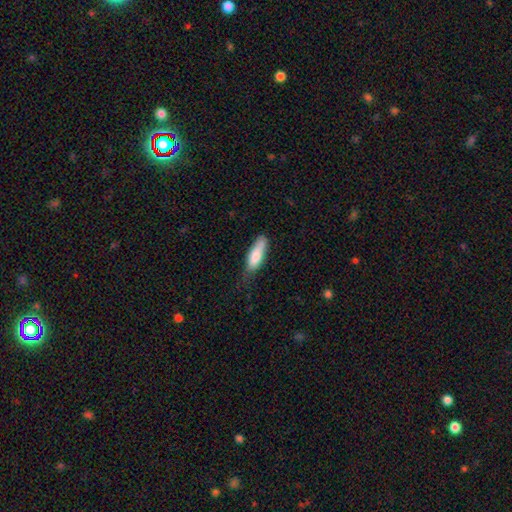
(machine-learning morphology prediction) Smooth or featured?
  - smooth: 81% *
  - featured or disk: 13%
  - star or artifact: 6%
How rounded?
  - in between: 52% *
  - cigar-shaped: 47%
  - round: 2%
Merging?
  - none: 58% *
  - minor disturbance: 33%
  - major disturbance: 7%
  - merger: 2%